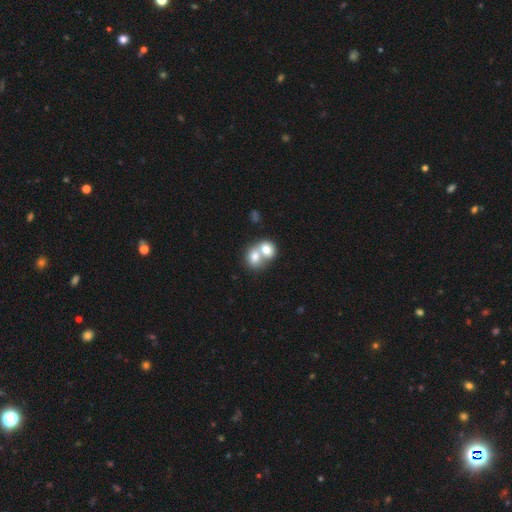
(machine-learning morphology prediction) Smooth or featured? smooth (72%)
How rounded? round (58%)
Merging? merger (74%)